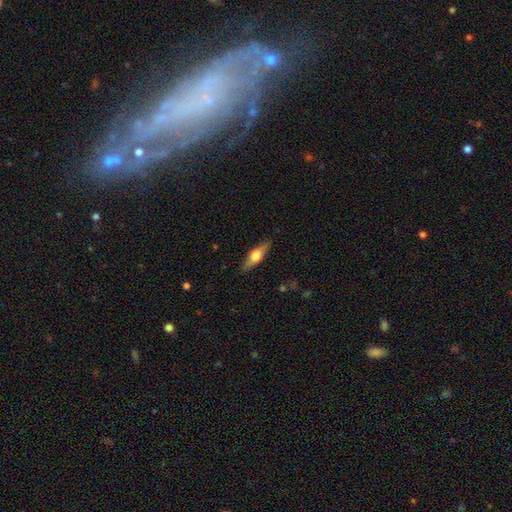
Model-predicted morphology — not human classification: type=featured or disk (49%); merging=none (84%).